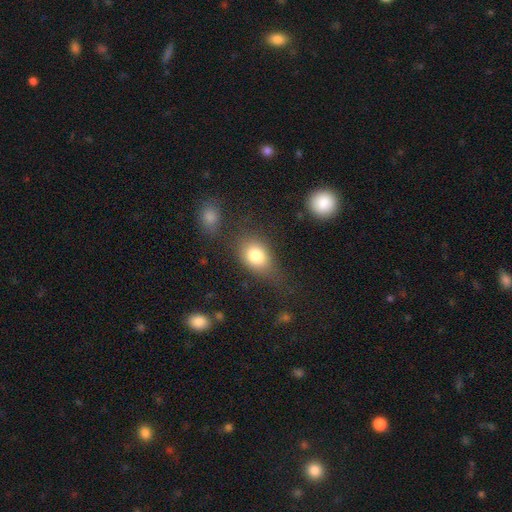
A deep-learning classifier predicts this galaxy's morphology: smooth 81%, featured or disk 10%, star or artifact 9%. Down the decision tree: how rounded — in between (68%); merging — none (63%).